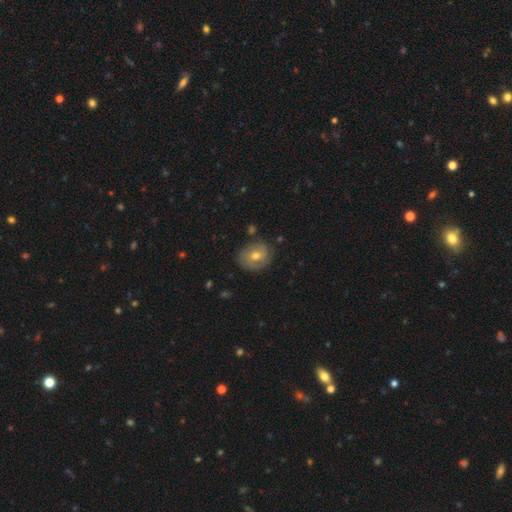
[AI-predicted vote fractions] The model was most divided on "smooth or featured": smooth: 57%, featured or disk: 34%, star or artifact: 8%. More confident: merging — none (75%); how rounded — round (68%).